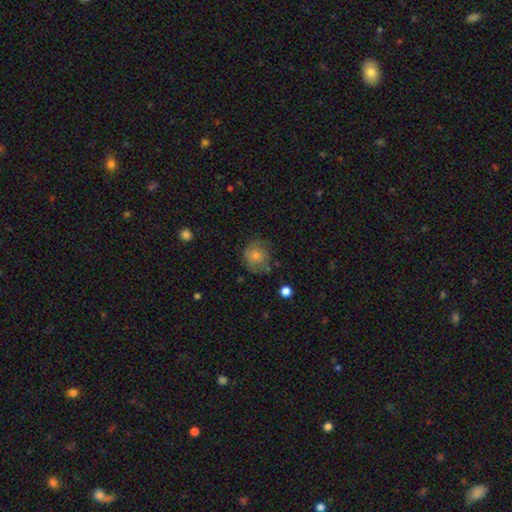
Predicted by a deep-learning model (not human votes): This is possibly a smooth galaxy (56%). How rounded: clearly round (84%). Merging: likely none (66%).